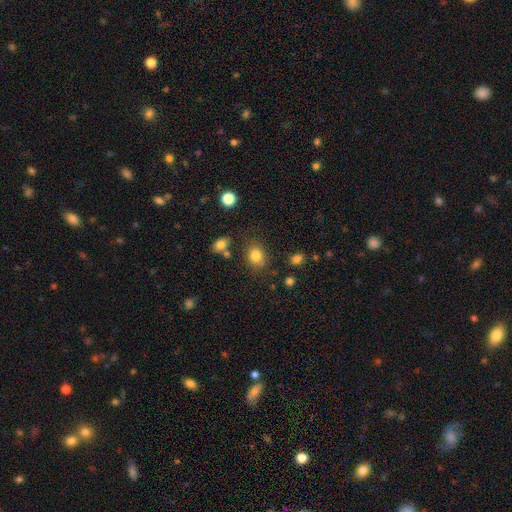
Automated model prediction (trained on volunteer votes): Smooth or featured? smooth (82%)
How rounded? in between (51%)
Merging? none (76%)